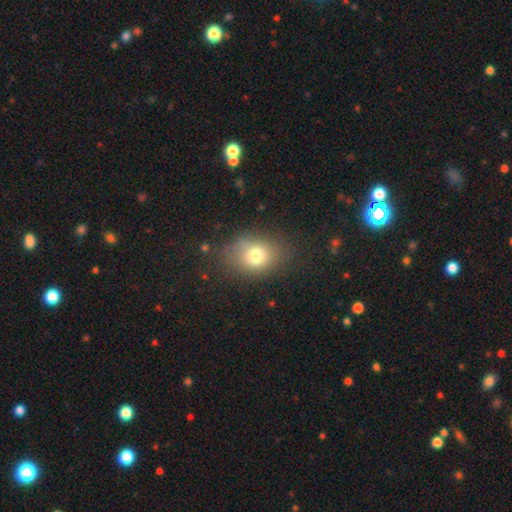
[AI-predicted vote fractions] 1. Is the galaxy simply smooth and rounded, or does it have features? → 74% smooth, 13% star or artifact, 12% featured or disk.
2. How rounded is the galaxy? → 53% in between, 46% round, 1% cigar-shaped.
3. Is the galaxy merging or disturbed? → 73% none, 17% minor disturbance, 8% major disturbance, 2% merger.